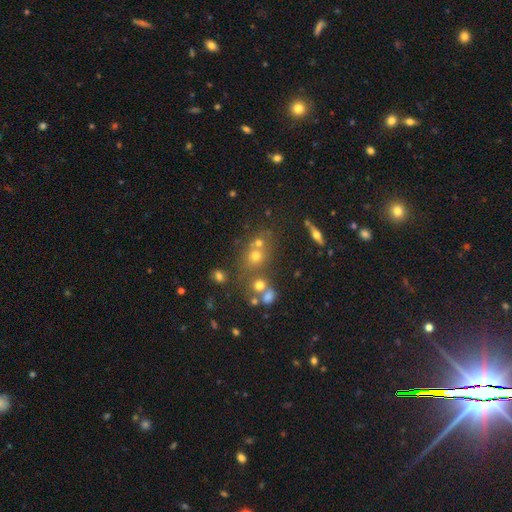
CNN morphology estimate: This appears to be a smooth galaxy with no disk features (58%) that is round (77%). Merging: none (54%).